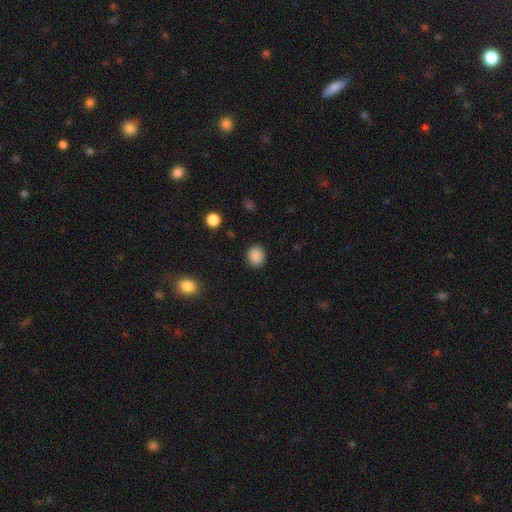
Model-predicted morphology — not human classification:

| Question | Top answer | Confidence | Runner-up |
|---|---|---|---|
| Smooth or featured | smooth | 88% | star or artifact (10%) |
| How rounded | round | 82% | in between (17%) |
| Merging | none | 90% | minor disturbance (7%) |